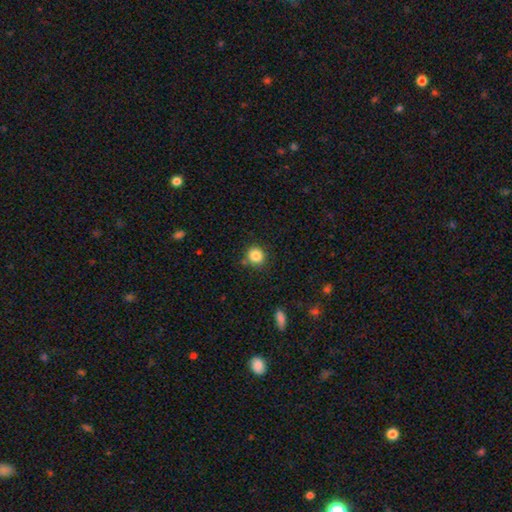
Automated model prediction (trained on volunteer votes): Smooth or featured? Predicted: smooth (p=0.85). How rounded? Predicted: round (p=0.84). Merging? Predicted: none (p=0.82).